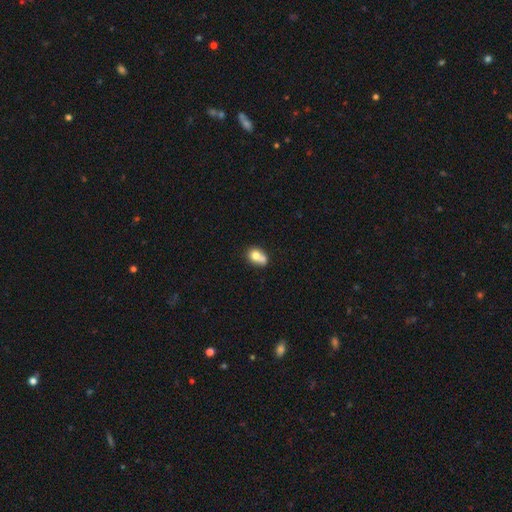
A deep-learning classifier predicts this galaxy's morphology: smooth 72%, featured or disk 19%, star or artifact 10%. Down the decision tree: how rounded — in between (59%); merging — merger (43%).